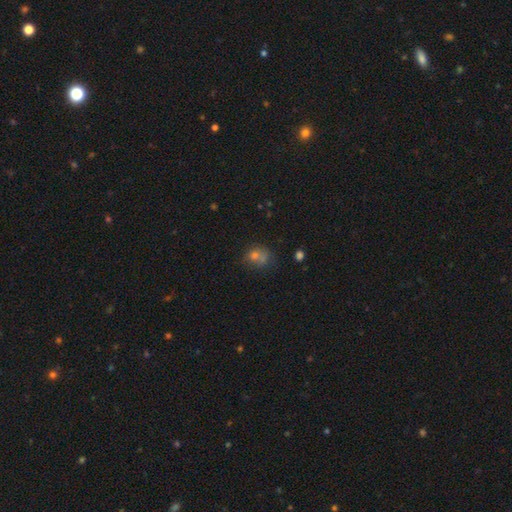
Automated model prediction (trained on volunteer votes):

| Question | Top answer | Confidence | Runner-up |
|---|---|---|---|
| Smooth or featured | smooth | 61% | star or artifact (22%) |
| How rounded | round | 63% | in between (36%) |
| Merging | none | 49% | minor disturbance (22%) |